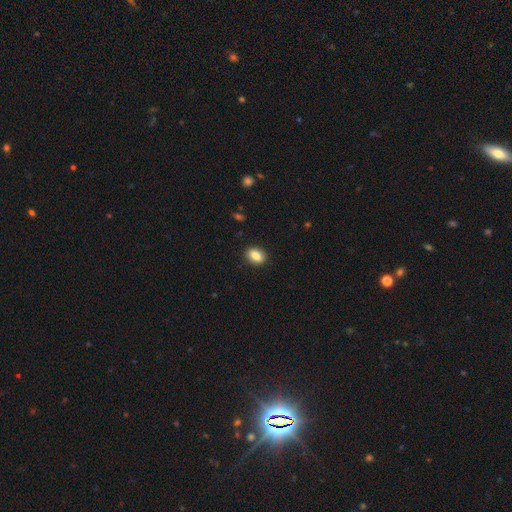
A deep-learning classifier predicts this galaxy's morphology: Smooth or featured? smooth (85%)
How rounded? in between (82%)
Merging? none (89%)